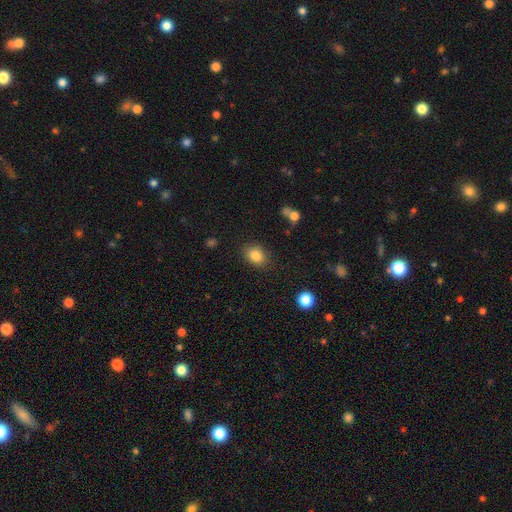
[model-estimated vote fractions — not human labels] smooth_or_featured: smooth (p=0.84) [alt: star or artifact p=0.10]
how_rounded: in between (p=0.63) [alt: round p=0.35]
merging: none (p=0.82) [alt: minor disturbance p=0.12]